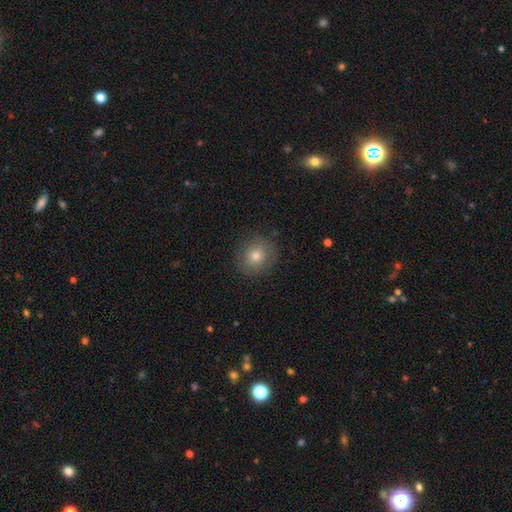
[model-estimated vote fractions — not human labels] Q: Smooth or featured?
A: smooth (72%); runner-up: featured or disk (15%)
Q: How rounded?
A: round (86%); runner-up: in between (13%)
Q: Merging?
A: none (87%); runner-up: minor disturbance (9%)